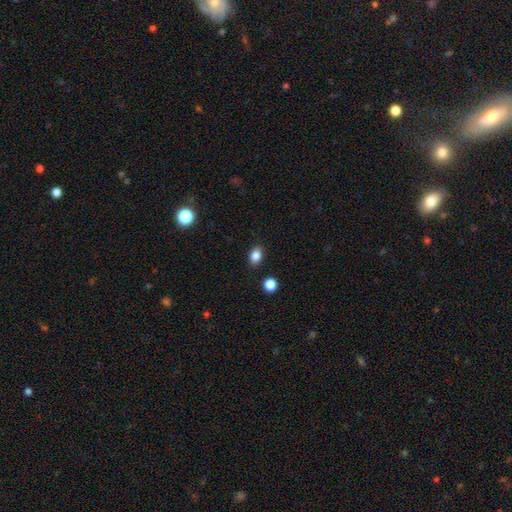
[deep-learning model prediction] smooth-or-featured: smooth: 85% | star or artifact: 11% | featured or disk: 5%
  how-rounded: in between: 71% | round: 27% | cigar-shaped: 1%
  merging: none: 87% | minor disturbance: 9% | major disturbance: 2% | merger: 2%